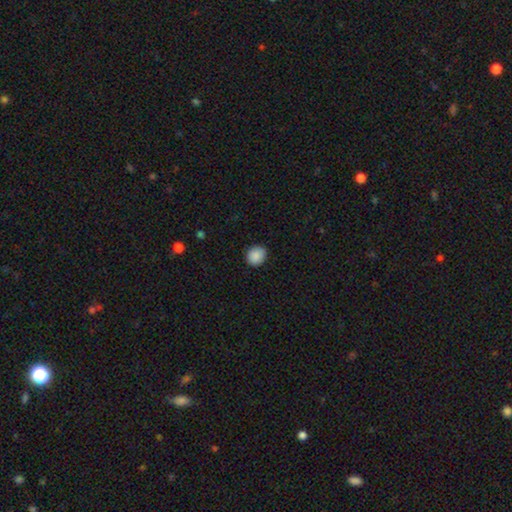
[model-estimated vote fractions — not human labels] Q: Smooth or featured?
A: smooth (88%); runner-up: star or artifact (8%)
Q: How rounded?
A: round (76%); runner-up: in between (23%)
Q: Merging?
A: none (86%); runner-up: minor disturbance (11%)